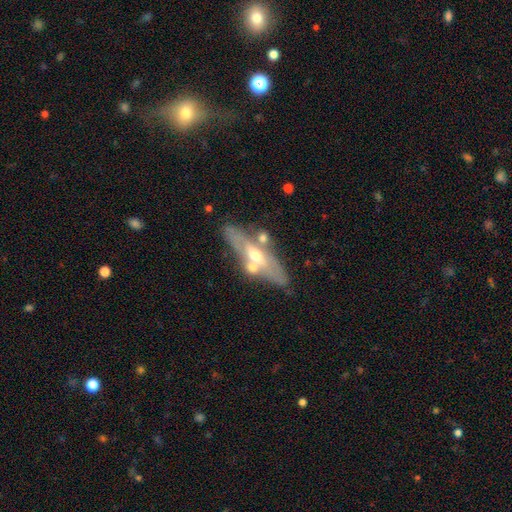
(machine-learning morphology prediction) Q: Smooth or featured?
A: featured or disk (67%); runner-up: smooth (26%)
Q: Edge-on disk?
A: no (50%); tied with: yes (50%)
Q: Merging?
A: none (64%); runner-up: minor disturbance (15%)